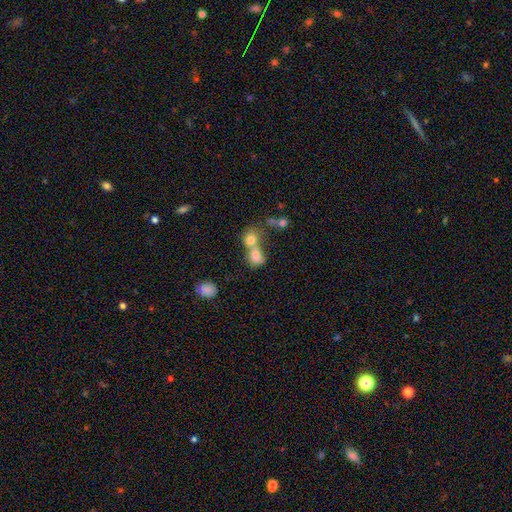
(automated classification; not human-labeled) Smooth or featured?
  - smooth: 75% *
  - featured or disk: 14%
  - star or artifact: 12%
How rounded?
  - in between: 59% *
  - round: 38%
  - cigar-shaped: 3%
Merging?
  - merger: 68% *
  - none: 19%
  - minor disturbance: 7%
  - major disturbance: 6%